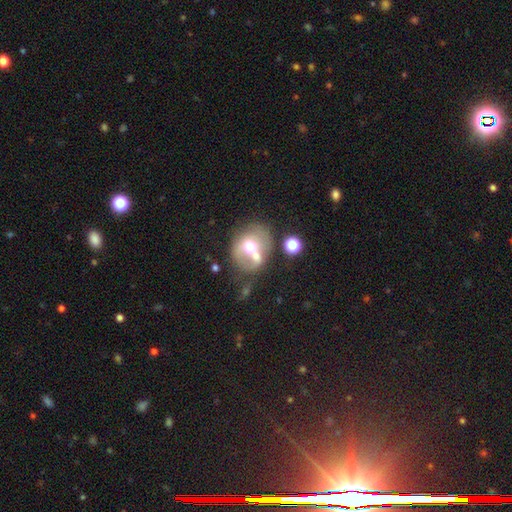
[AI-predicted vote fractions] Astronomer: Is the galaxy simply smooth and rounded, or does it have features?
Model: smooth — 47% (runner-up: featured or disk, 41%).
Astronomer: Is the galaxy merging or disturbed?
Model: merger — 39% (runner-up: none, 37%).